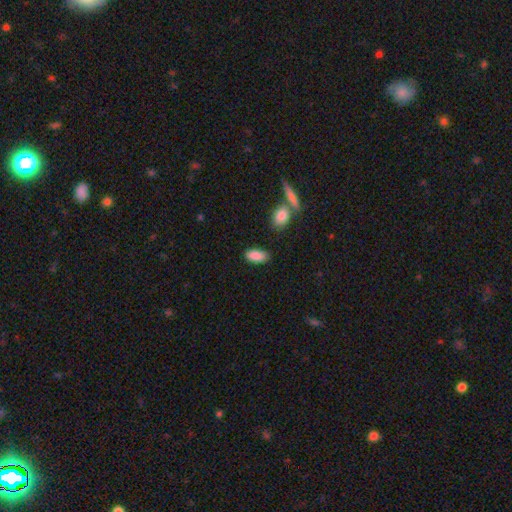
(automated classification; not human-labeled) smooth 88%, star or artifact 7%, featured or disk 5%. Down the decision tree: how rounded — in between (88%); merging — none (81%).